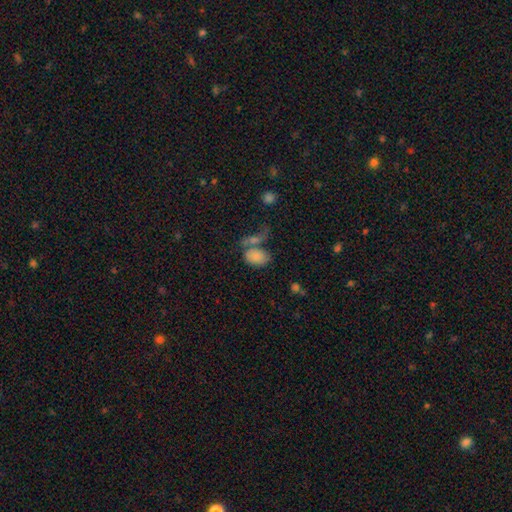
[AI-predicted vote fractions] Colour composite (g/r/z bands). It shows a smooth galaxy with no disk features (80%) that is in between round and cigar-shaped (84%). Merging: merger (40%).